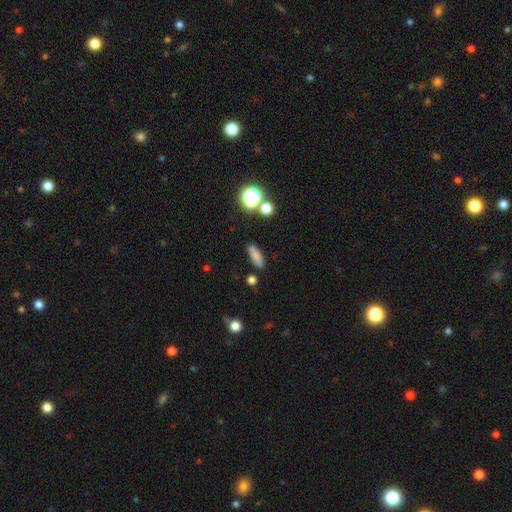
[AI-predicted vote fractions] This is likely a smooth galaxy (77%). How rounded: possibly in between (51%). Merging: clearly none (84%).